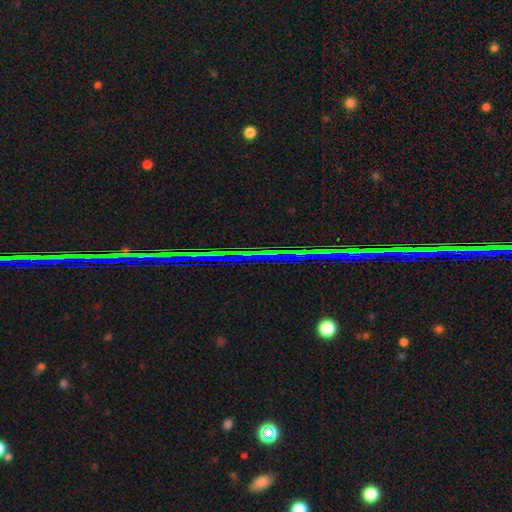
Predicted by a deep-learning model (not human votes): Smooth or featured: star or artifact — 86% (featured or disk — 8%)